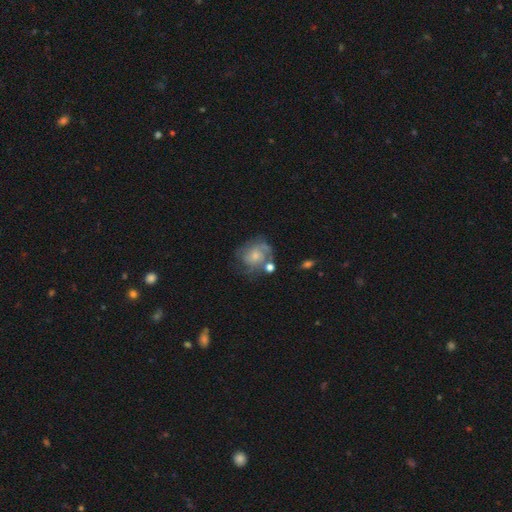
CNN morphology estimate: smooth-or-featured: featured or disk: 66% | smooth: 26% | star or artifact: 8%
  disk-edge-on: no: 98% | yes: 2%
    bar: no: 77% | weak: 20% | strong: 3%
    has-spiral-arms: yes: 82% | no: 18%
      spiral-winding: tight: 47% | medium: 37% | loose: 16%
      spiral-arm-count: can't tell: 39% | 3: 22% | 2: 20% | 4: 9% | 1: 6% | more than 4: 5%
    bulge-size: small: 56% | moderate: 32% | none: 7% | large: 3% | dominant: 1%
  merging: none: 52% | minor disturbance: 21% | major disturbance: 16% | merger: 11%